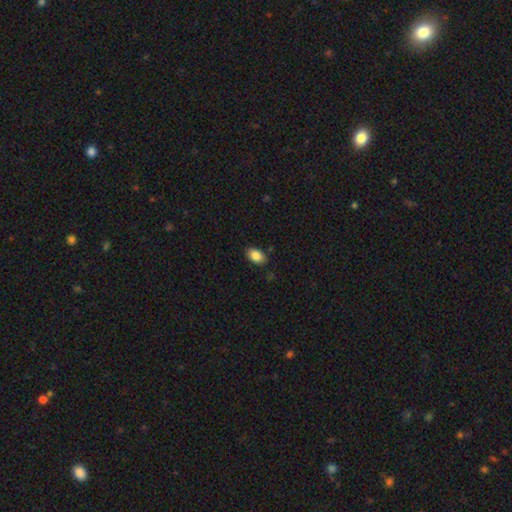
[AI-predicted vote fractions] A smooth galaxy with no disk features (87%) that is in between round and cigar-shaped (87%).

Vote fractions:
- Smooth or featured? smooth: 87% / star or artifact: 8% / featured or disk: 5%
- How rounded? in between: 87% / round: 12% / cigar-shaped: 1%
- Merging? none: 83% / minor disturbance: 12% / major disturbance: 3% / merger: 2%